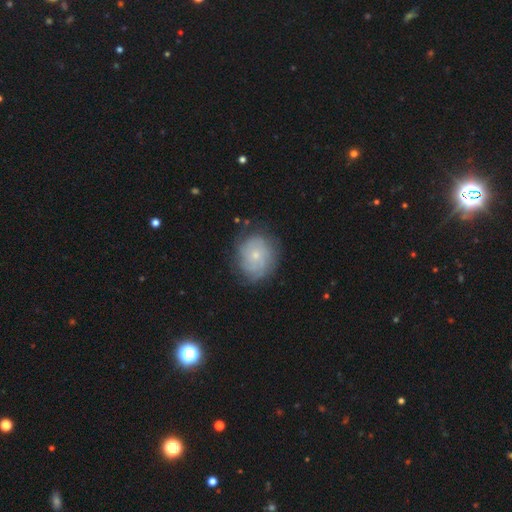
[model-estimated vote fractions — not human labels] Smooth or featured? featured or disk (53%)
Edge-on disk? no (97%)
Bar? no (86%)
Spiral arms? yes (77%)
Bulge size? small (76%)
Merging? none (74%)